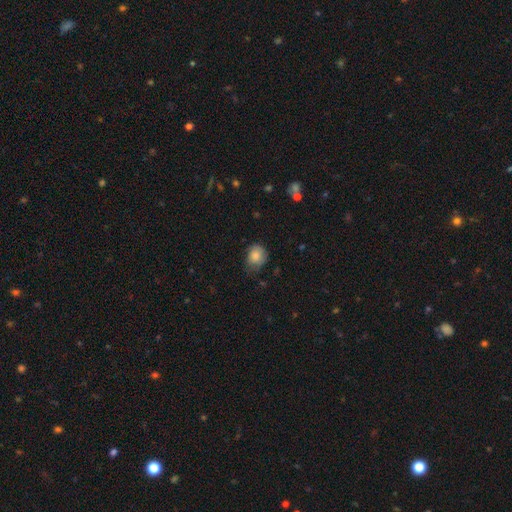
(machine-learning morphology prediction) This appears to be a smooth galaxy with no disk features (79%) that is round (63%). Merging: none (55%).